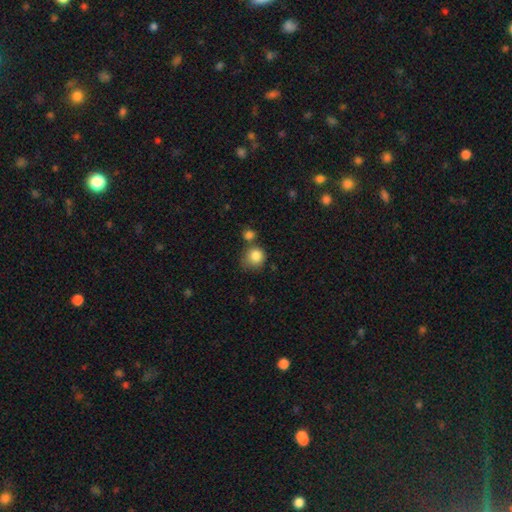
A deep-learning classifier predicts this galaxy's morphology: Overall: smooth (84%). How rounded: round (85%). Merging: none (58%; minor disturbance 18%).